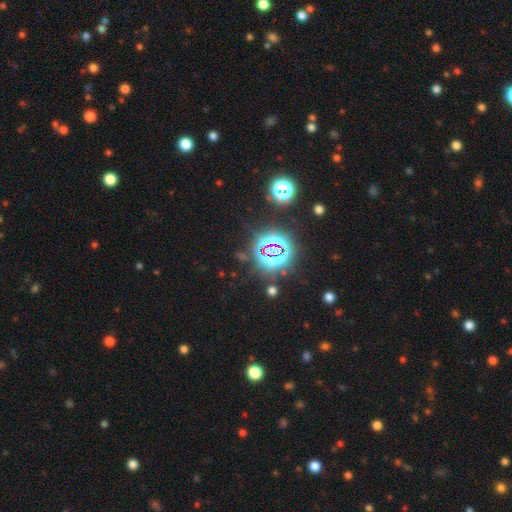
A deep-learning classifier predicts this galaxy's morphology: A star or artifact, not a galaxy (82%).